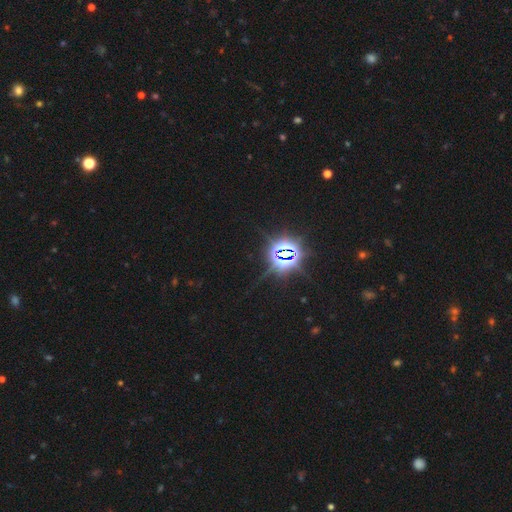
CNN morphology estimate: A star or artifact, not a galaxy (84%).

Vote fractions:
- Smooth or featured? star or artifact: 84% / smooth: 9% / featured or disk: 6%